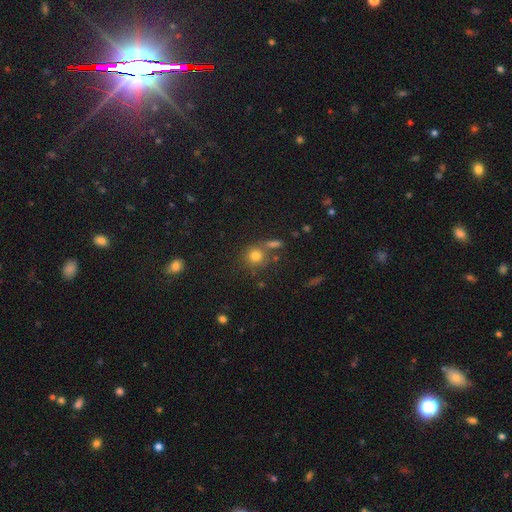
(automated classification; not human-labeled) Overall: smooth (77%). How rounded: round (88%). Merging: none (66%).